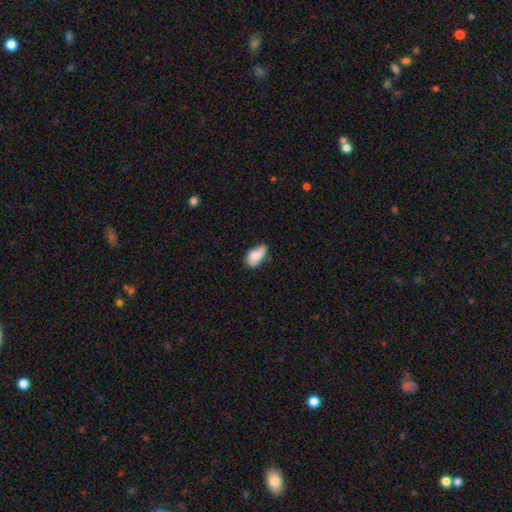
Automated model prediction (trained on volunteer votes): Smooth or featured?
  - smooth: 80% *
  - featured or disk: 13%
  - star or artifact: 7%
How rounded?
  - in between: 92% *
  - round: 5%
  - cigar-shaped: 3%
Merging?
  - minor disturbance: 47% *
  - none: 39%
  - major disturbance: 11%
  - merger: 3%